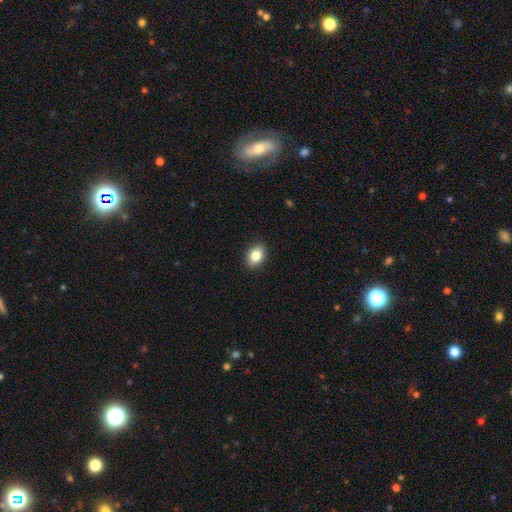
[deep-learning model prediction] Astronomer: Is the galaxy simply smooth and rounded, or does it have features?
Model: smooth — 84%.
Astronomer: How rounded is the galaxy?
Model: in between — 75%.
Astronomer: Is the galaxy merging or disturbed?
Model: none — 90%.